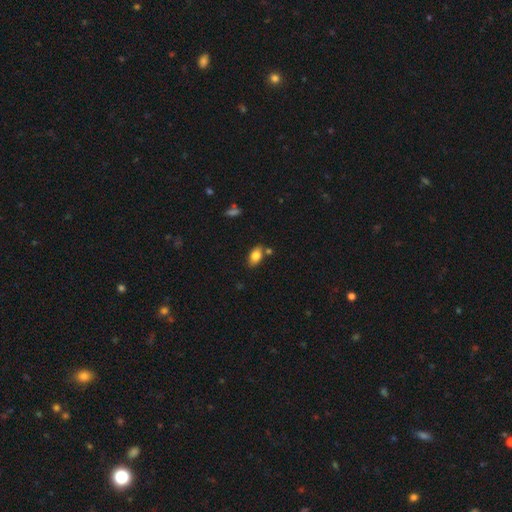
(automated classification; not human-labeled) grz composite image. It shows a smooth galaxy with no disk features (81%) that is in between round and cigar-shaped (90%). Merging: none (74%).